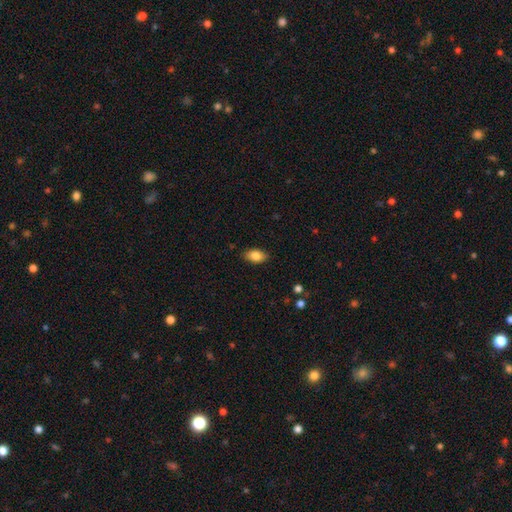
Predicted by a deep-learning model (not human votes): A smooth galaxy with no disk features (84%) that is in between round and cigar-shaped (90%).

Vote fractions:
- Smooth or featured? smooth: 84% / featured or disk: 8% / star or artifact: 8%
- How rounded? in between: 90% / round: 7% / cigar-shaped: 3%
- Merging? none: 86% / minor disturbance: 11% / major disturbance: 2% / merger: 1%